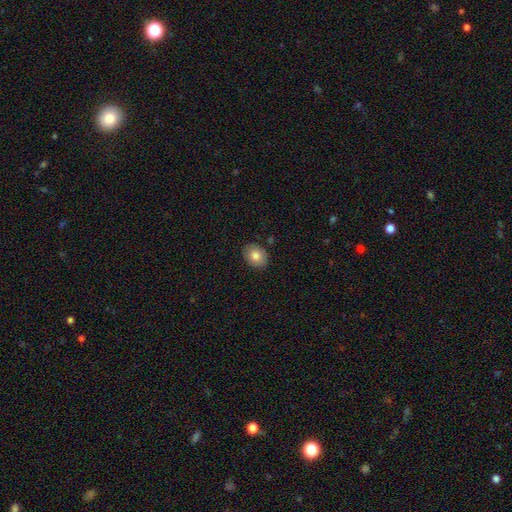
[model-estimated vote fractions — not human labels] smooth_or_featured: smooth (p=0.81) [alt: featured or disk p=0.12]
how_rounded: in between (p=0.58) [alt: round p=0.41]
merging: none (p=0.87) [alt: minor disturbance p=0.09]